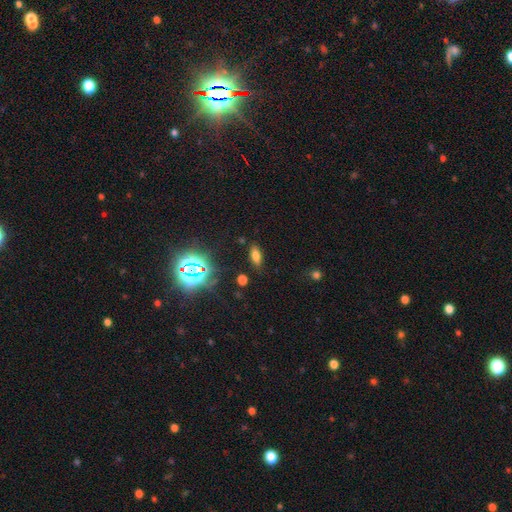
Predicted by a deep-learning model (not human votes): A smooth galaxy with no disk features (67%) that is in between round and cigar-shaped (75%).

Vote fractions:
- Smooth or featured? smooth: 67% / star or artifact: 24% / featured or disk: 10%
- How rounded? in between: 75% / cigar-shaped: 20% / round: 5%
- Merging? none: 84% / minor disturbance: 11% / major disturbance: 4% / merger: 2%